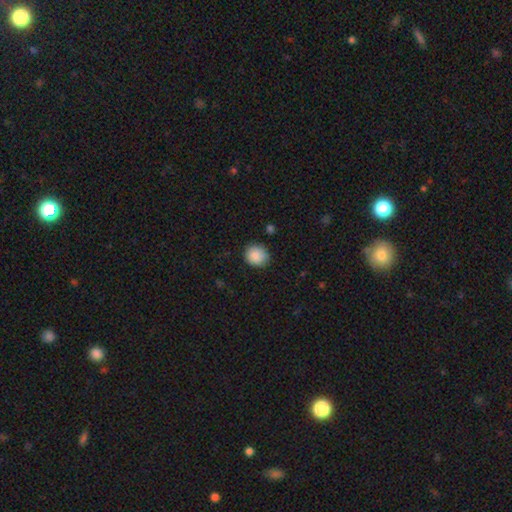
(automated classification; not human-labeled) Overall: smooth (88%). How rounded: round (87%). Merging: none (87%).